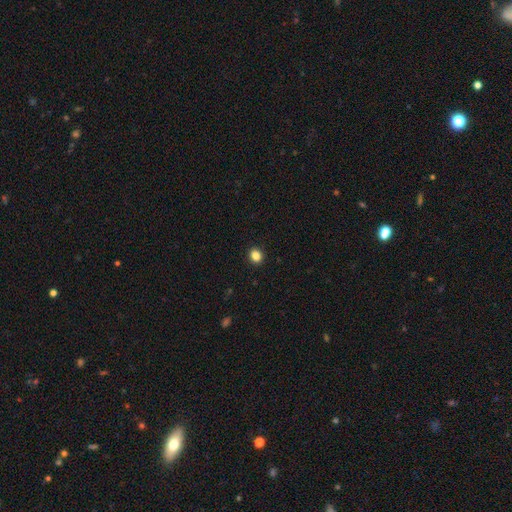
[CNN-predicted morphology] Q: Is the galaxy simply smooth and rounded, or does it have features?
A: smooth — 85%.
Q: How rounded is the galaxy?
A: round — 72%.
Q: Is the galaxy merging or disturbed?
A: none — 92%.